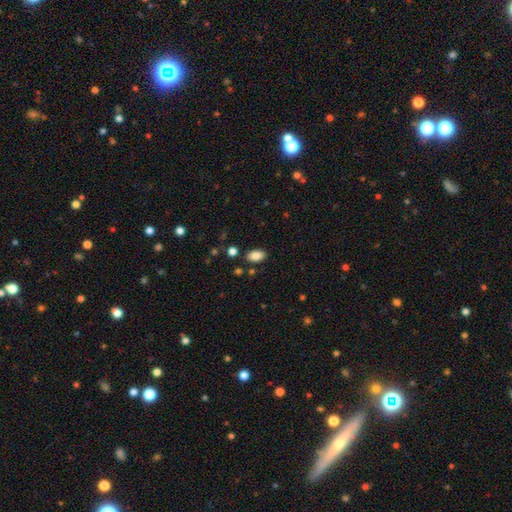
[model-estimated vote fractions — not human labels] Smooth or featured?
  - smooth: 86% *
  - star or artifact: 9%
  - featured or disk: 5%
How rounded?
  - in between: 92% *
  - round: 7%
  - cigar-shaped: 2%
Merging?
  - none: 84% *
  - minor disturbance: 10%
  - merger: 3%
  - major disturbance: 3%